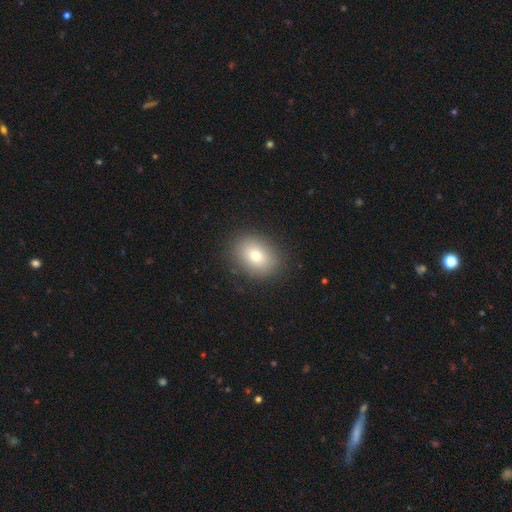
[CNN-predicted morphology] type=smooth (79%); roundness=in between (63%); merging=none (87%).